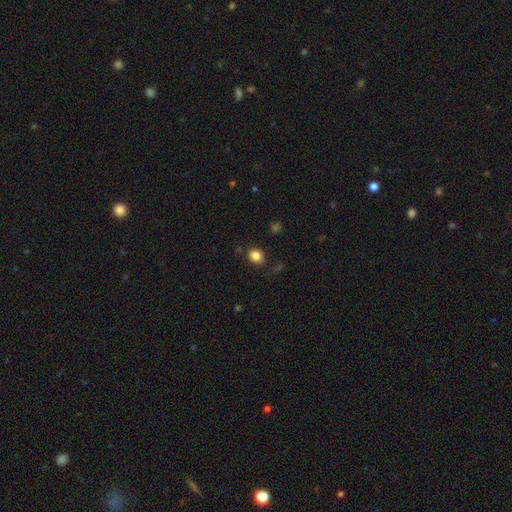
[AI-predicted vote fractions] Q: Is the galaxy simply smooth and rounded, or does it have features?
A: smooth — 84%.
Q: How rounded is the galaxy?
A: round — 68%.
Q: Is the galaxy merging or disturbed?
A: none — 84%.